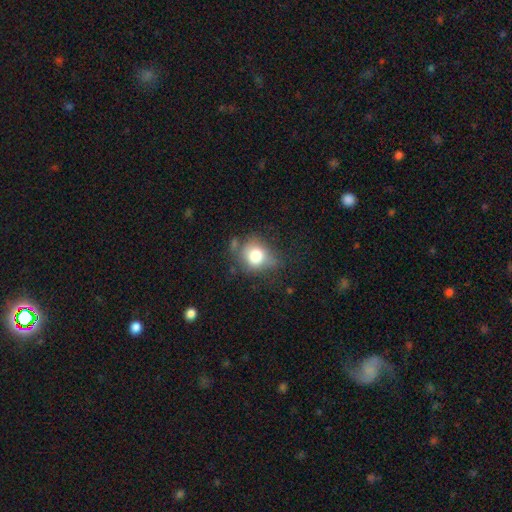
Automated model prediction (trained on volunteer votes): This is likely a smooth galaxy (75%). How rounded: likely round (69%). Merging: possibly none (58%).